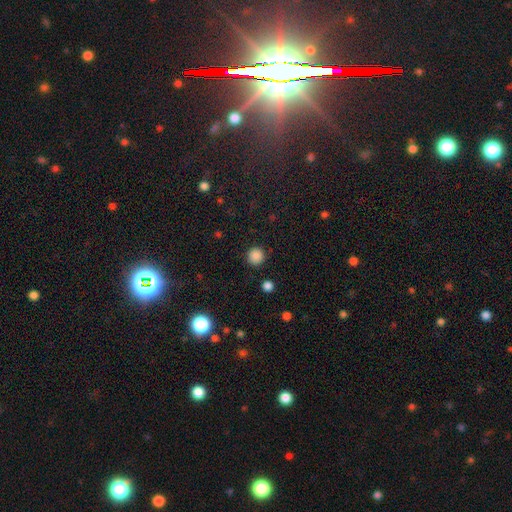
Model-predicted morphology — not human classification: This is clearly a smooth galaxy (86%). How rounded: clearly round (95%). Merging: clearly none (90%).